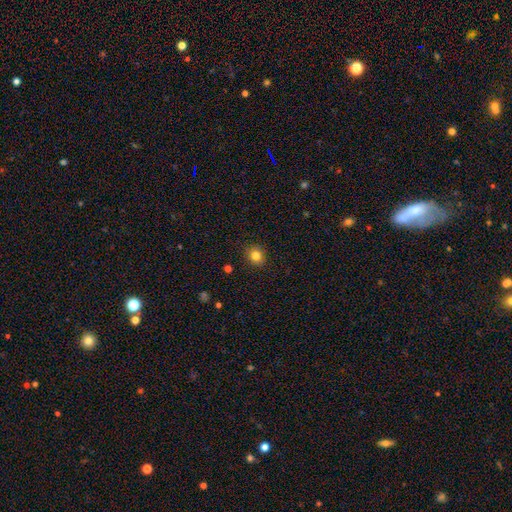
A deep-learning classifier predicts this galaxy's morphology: Smooth or featured? Predicted: smooth (p=0.82). How rounded? Predicted: round (p=0.78). Merging? Predicted: none (p=0.90).